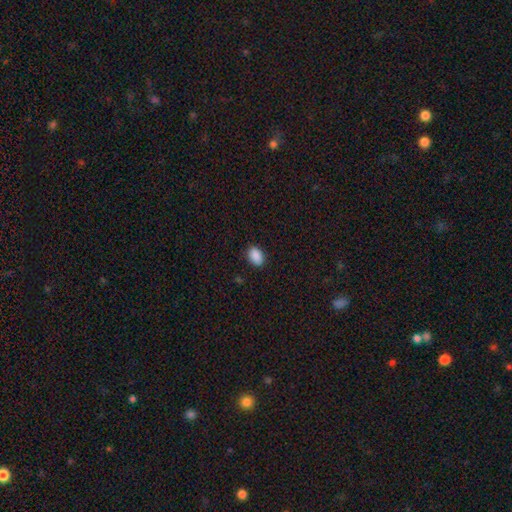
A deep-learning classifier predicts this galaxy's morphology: The model was most divided on "how rounded": in between: 84%, round: 15%, cigar-shaped: 1%. More confident: smooth or featured — smooth (89%); merging — none (89%).